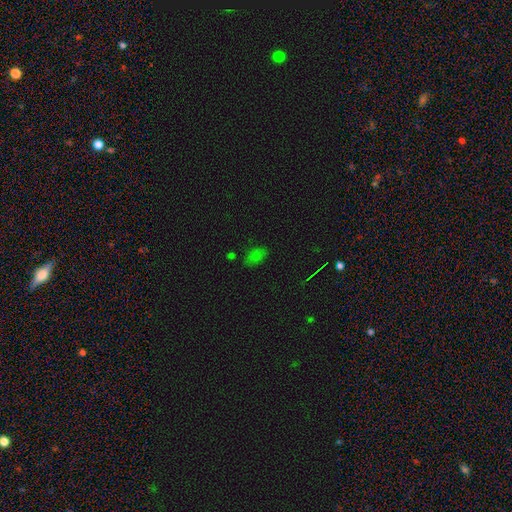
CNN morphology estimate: The model was most divided on "smooth or featured": smooth: 69%, star or artifact: 23%, featured or disk: 7%. More confident: how rounded — in between (88%); merging — none (73%).